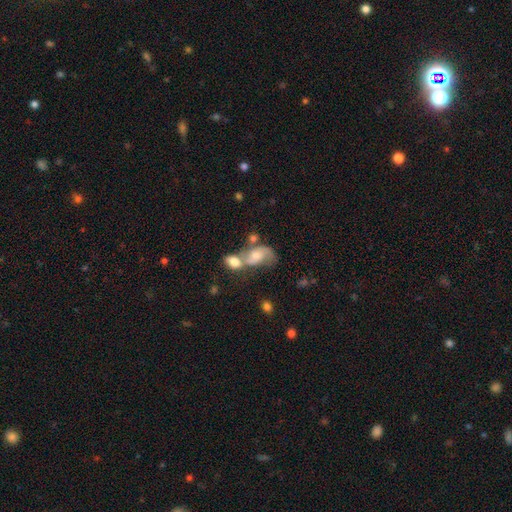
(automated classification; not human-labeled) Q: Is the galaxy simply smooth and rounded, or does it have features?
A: featured or disk — 56%.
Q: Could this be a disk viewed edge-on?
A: no — 96%.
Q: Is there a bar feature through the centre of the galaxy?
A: no — 69%.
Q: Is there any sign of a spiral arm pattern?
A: yes — 78%.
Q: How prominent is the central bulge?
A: moderate — 53%.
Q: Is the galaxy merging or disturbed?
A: merger — 60%.